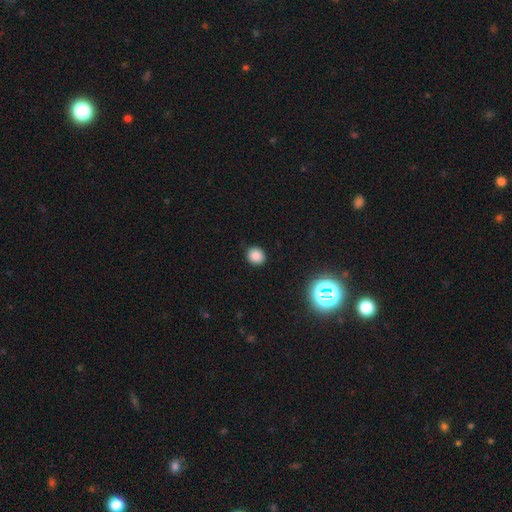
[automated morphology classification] Smooth or featured: smooth — 83% (star or artifact — 13%)
How rounded: round — 76% (in between — 23%)
Merging: none — 90% (minor disturbance — 7%)